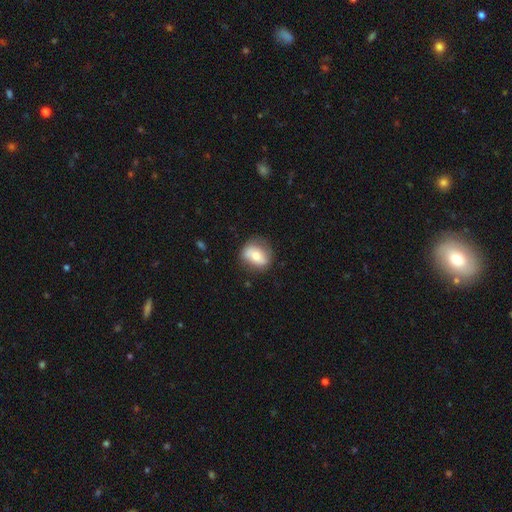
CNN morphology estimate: Smooth or featured? smooth (55%)
How rounded? in between (51%)
Merging? none (71%)